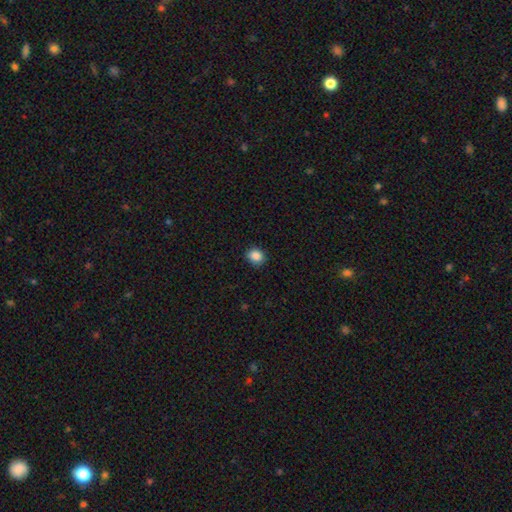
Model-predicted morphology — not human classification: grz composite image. It shows a smooth galaxy with no disk features (87%) that is round (76%). Merging: none (88%).